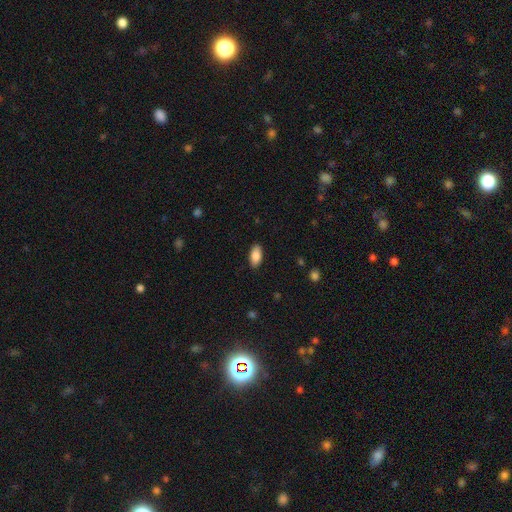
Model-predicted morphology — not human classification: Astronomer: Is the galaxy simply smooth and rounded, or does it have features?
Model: smooth — 86%.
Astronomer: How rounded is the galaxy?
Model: in between — 93%.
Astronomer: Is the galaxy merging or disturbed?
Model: none — 89%.